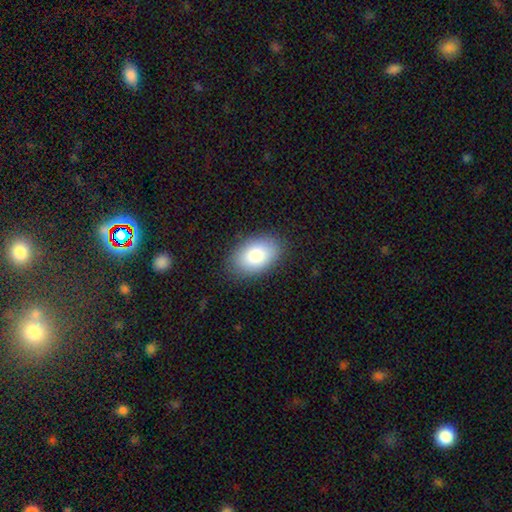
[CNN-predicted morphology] A smooth galaxy with no disk features (83%) that is in between round and cigar-shaped (90%). Merging: none (85%).